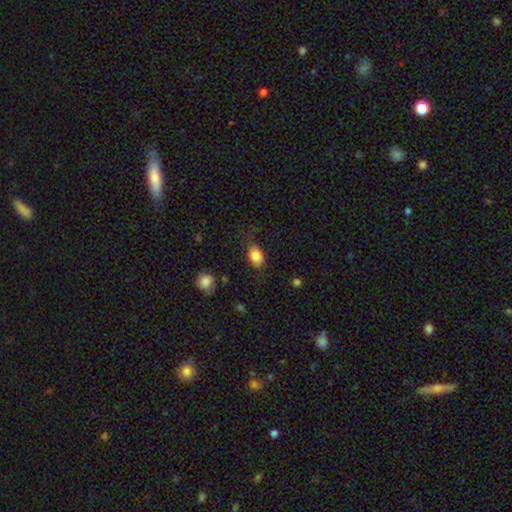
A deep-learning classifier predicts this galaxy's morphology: This is clearly a smooth galaxy (85%). How rounded: likely in between (74%). Merging: likely none (69%).